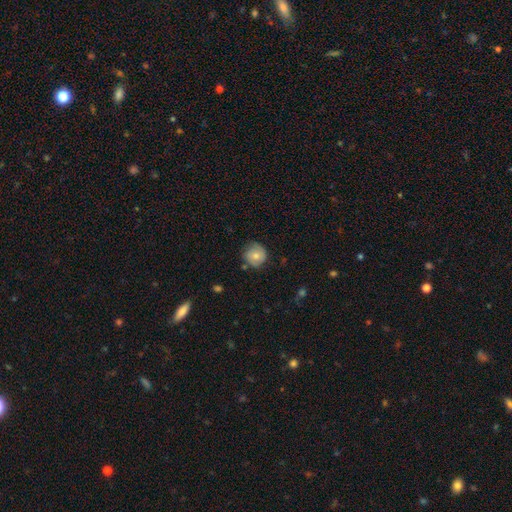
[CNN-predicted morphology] Smooth or featured? Predicted: smooth (p=0.72). How rounded? Predicted: round (p=0.92). Merging? Predicted: none (p=0.75).